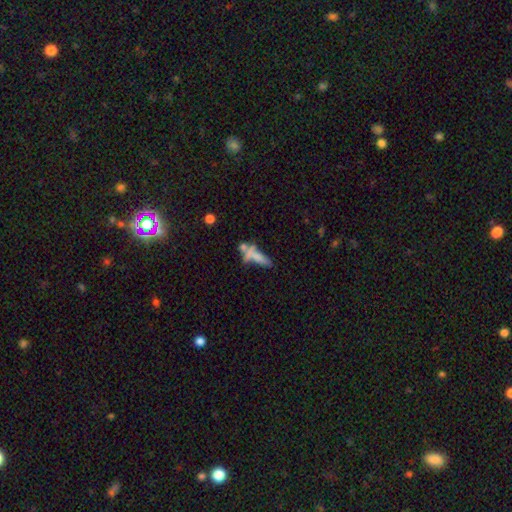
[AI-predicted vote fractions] This appears to be a smooth galaxy with no disk features (59%) that is cigar-shaped (59%). Merging: merger (41%).